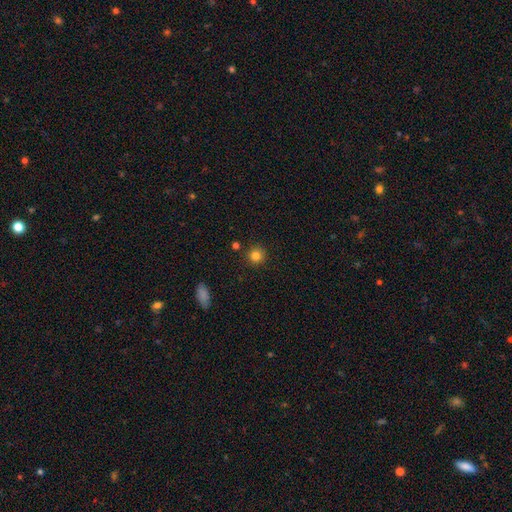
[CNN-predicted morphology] Smooth or featured? smooth (83%)
How rounded? round (94%)
Merging? none (89%)